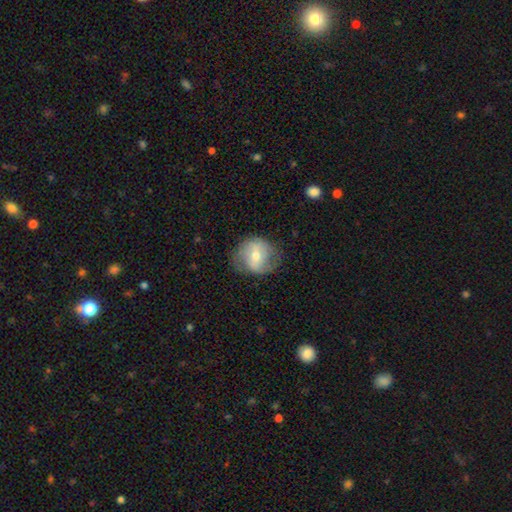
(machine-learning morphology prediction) The model was most divided on "smooth or featured": featured or disk: 49%, smooth: 44%, star or artifact: 7%. More confident: merging — none (70%).